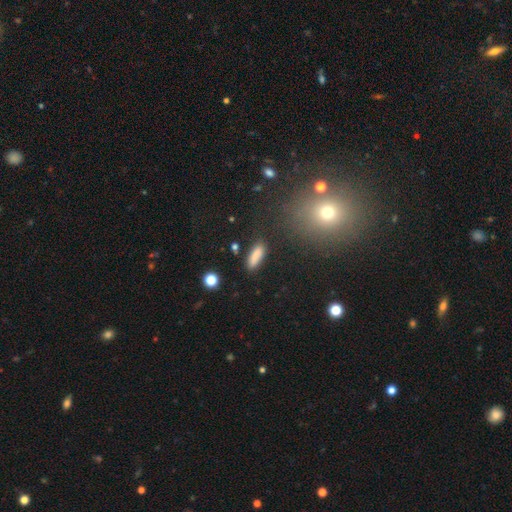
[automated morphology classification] smooth 86%, star or artifact 8%, featured or disk 6%. Down the decision tree: how rounded — in between (49%); merging — none (81%).